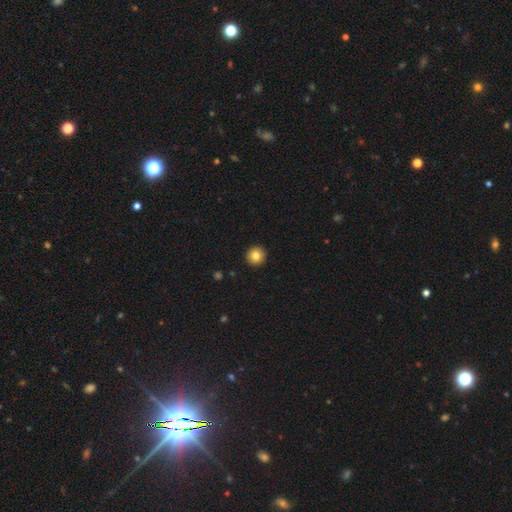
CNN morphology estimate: Smooth or featured? Predicted: smooth (p=0.82). How rounded? Predicted: round (p=0.96). Merging? Predicted: none (p=0.94).